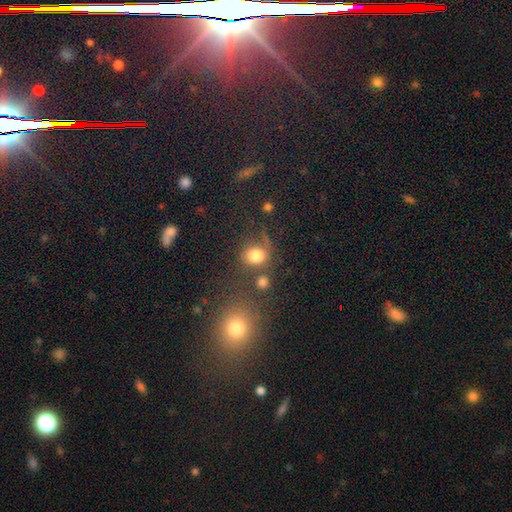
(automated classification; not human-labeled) Overall: smooth (78%). How rounded: round (75%). Merging: none (55%; minor disturbance 17%).